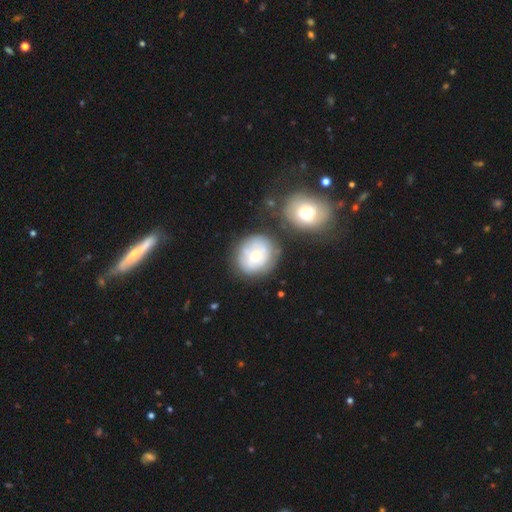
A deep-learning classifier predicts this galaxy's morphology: This appears to be a smooth galaxy with no disk features (55%) that is round (80%). Merging: none (58%).